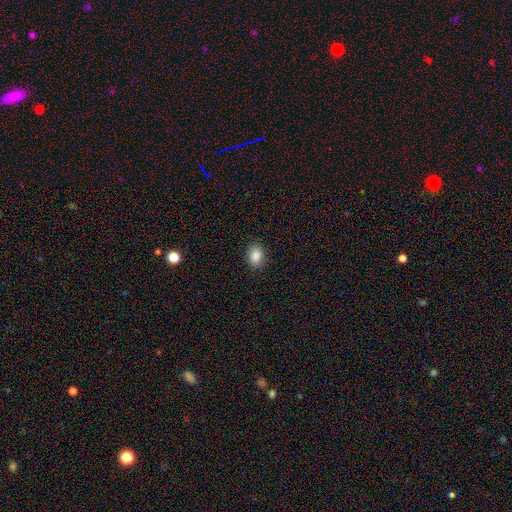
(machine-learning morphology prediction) This appears to be a smooth galaxy with no disk features (87%) that is in between round and cigar-shaped (63%). Merging: none (88%).